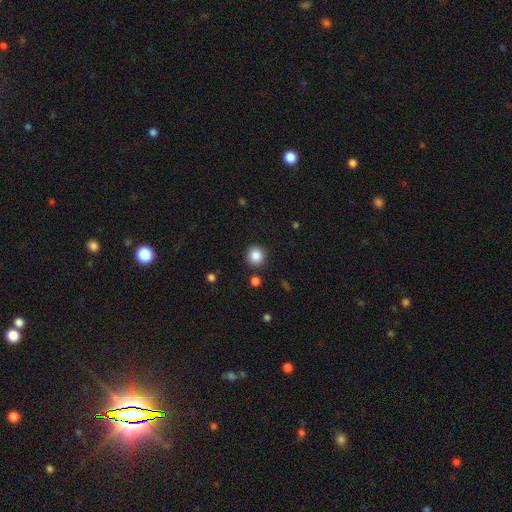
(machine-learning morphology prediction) smooth 86%, star or artifact 10%, featured or disk 4%. Down the decision tree: how rounded — round (94%); merging — none (89%).